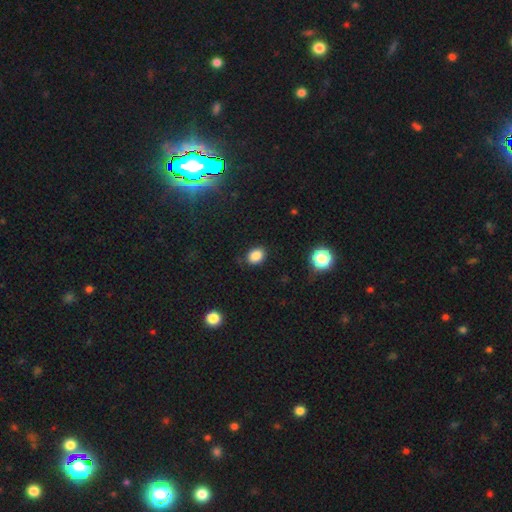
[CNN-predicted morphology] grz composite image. It shows a smooth galaxy with no disk features (85%) that is in between round and cigar-shaped (59%). Merging: none (82%).